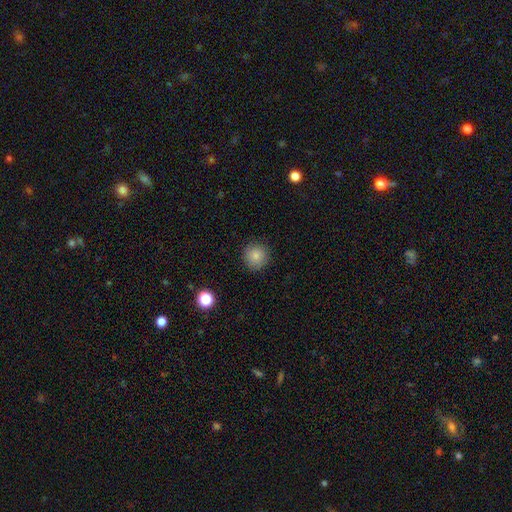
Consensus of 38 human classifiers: Smooth or featured? smooth (87%)
How rounded? round (94%)
Merging? none (89%)